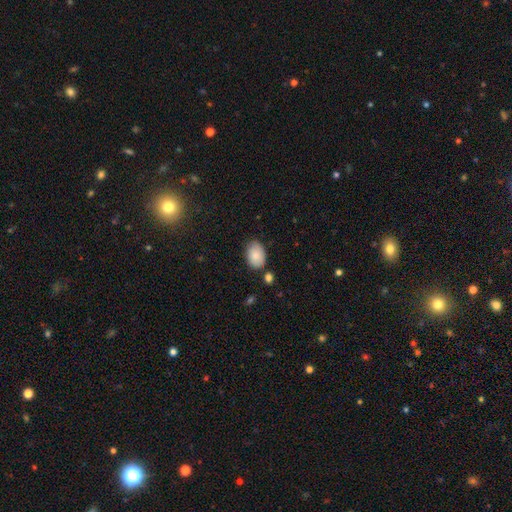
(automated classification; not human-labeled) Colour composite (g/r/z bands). It shows a smooth galaxy with no disk features (85%) that is in between round and cigar-shaped (87%). Merging: none (72%).